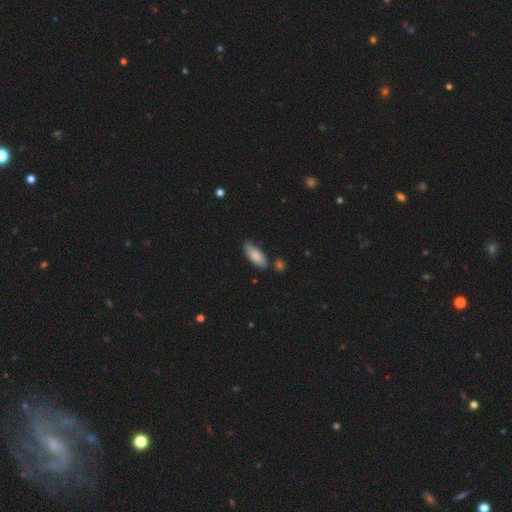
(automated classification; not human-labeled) smooth 83%, featured or disk 11%, star or artifact 6%. Down the decision tree: how rounded — in between (79%); merging — none (74%).